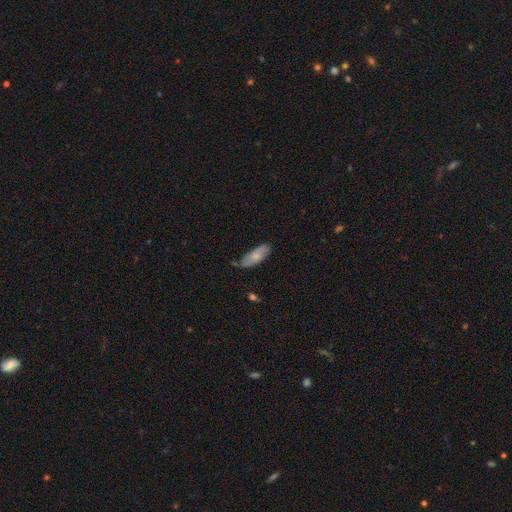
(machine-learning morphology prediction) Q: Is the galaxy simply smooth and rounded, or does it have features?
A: smooth — 71%.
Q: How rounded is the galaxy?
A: in between — 70%.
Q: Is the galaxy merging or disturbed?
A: none — 71%.